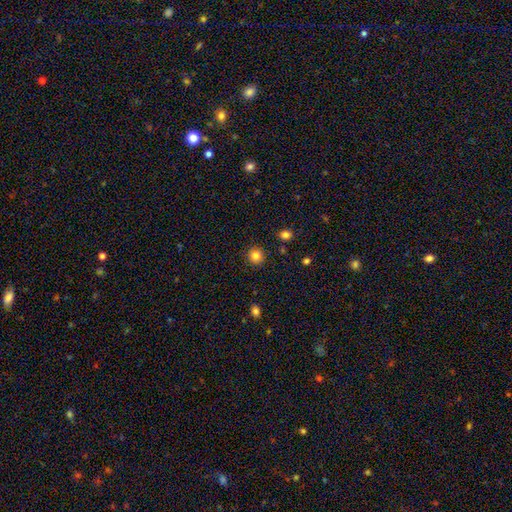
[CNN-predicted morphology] smooth-or-featured: smooth: 83% | star or artifact: 11% | featured or disk: 6%
  how-rounded: round: 92% | in between: 7% | cigar-shaped: 1%
  merging: none: 90% | minor disturbance: 6% | major disturbance: 2% | merger: 2%